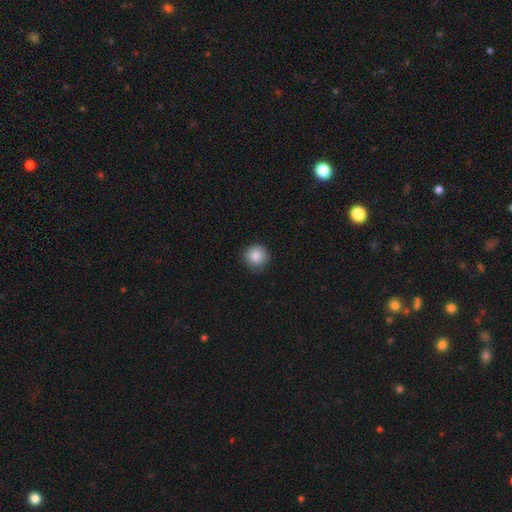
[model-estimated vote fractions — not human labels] Smooth or featured? smooth (86%)
How rounded? round (94%)
Merging? none (84%)